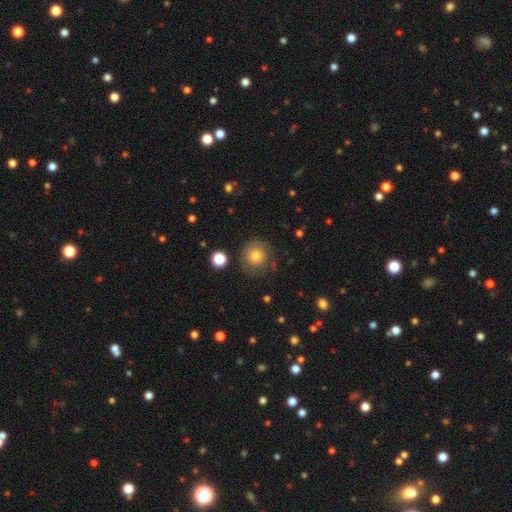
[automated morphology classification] Smooth or featured?
  - smooth: 69% *
  - featured or disk: 20%
  - star or artifact: 11%
How rounded?
  - round: 90% *
  - in between: 9%
  - cigar-shaped: 1%
Merging?
  - none: 71% *
  - minor disturbance: 18%
  - major disturbance: 9%
  - merger: 2%